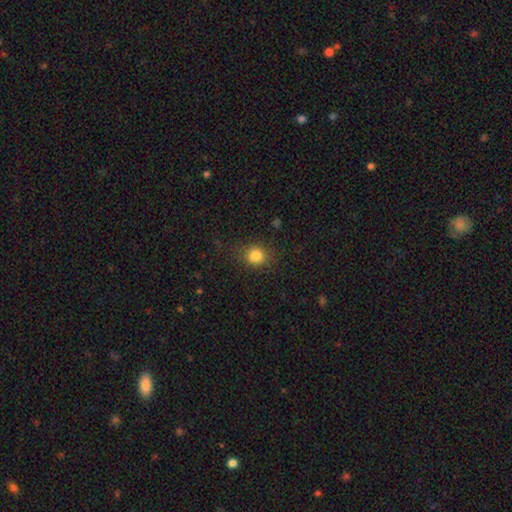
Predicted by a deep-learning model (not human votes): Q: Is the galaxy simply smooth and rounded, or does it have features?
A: smooth — 83%.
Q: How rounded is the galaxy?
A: round — 79%.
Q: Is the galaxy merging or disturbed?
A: none — 82%.